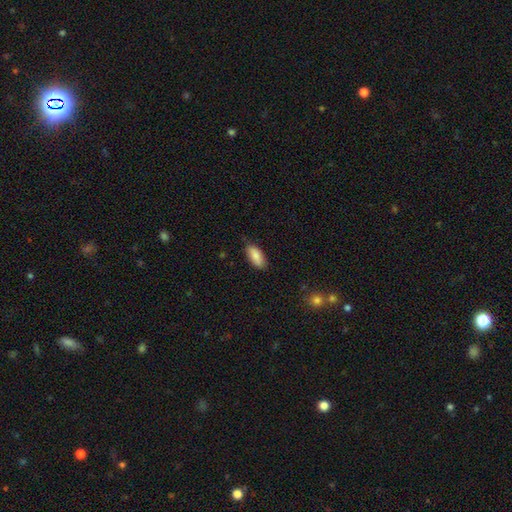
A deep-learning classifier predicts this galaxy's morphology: Smooth or featured: smooth — 85% (featured or disk — 8%)
How rounded: in between — 87% (cigar-shaped — 11%)
Merging: none — 76% (minor disturbance — 20%)